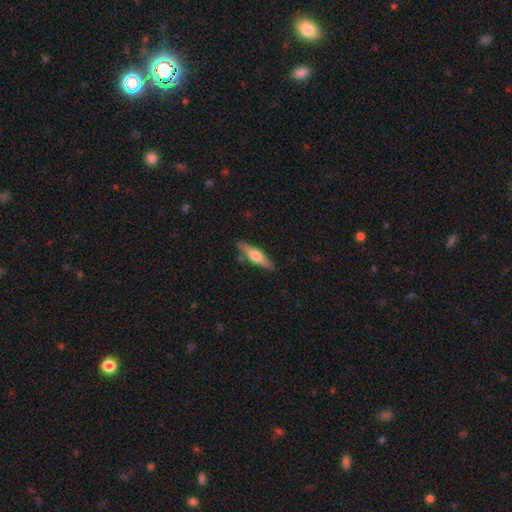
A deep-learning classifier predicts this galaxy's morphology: This appears to be a featured or disk galaxy (56%) viewed edge-on (95%) with a rounded central bulge (92%). Merging: none (87%).